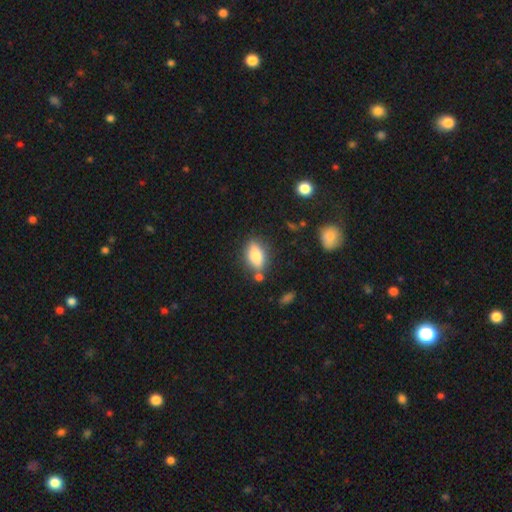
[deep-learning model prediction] A smooth galaxy with no disk features (72%) that is in between round and cigar-shaped (80%). Merging: none (75%).